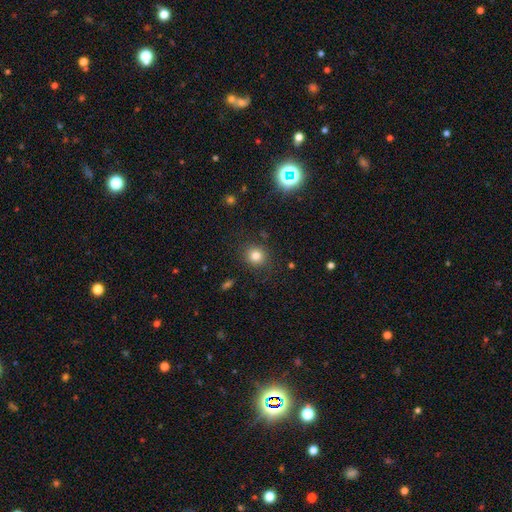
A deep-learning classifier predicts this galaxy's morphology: This appears to be a smooth galaxy with no disk features (81%) that is round (86%). Merging: none (86%).